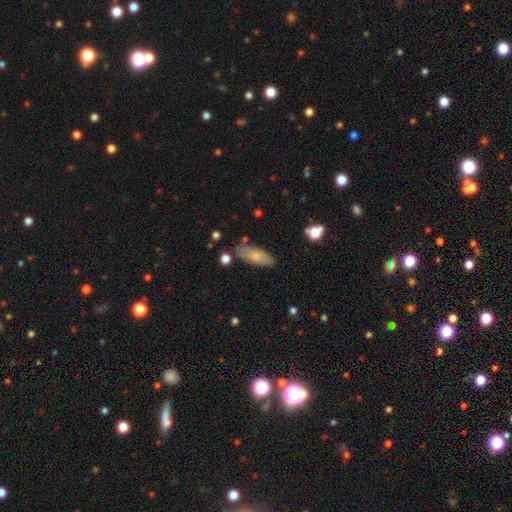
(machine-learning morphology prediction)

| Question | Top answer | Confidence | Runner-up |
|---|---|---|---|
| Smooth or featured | smooth | 74% | featured or disk (20%) |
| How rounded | in between | 72% | cigar-shaped (26%) |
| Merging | none | 78% | minor disturbance (15%) |